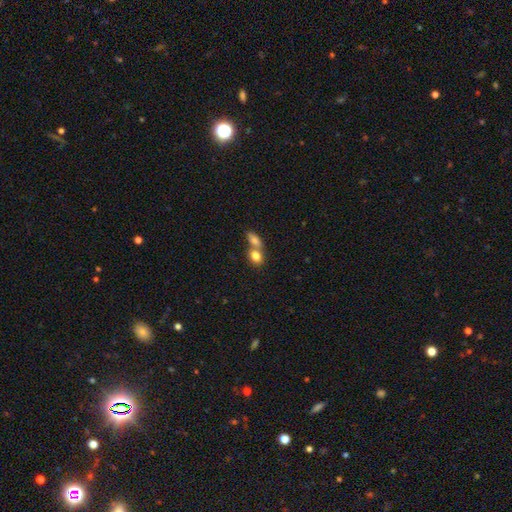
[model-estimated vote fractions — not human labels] Smooth or featured? smooth (81%)
How rounded? in between (67%)
Merging? merger (60%)